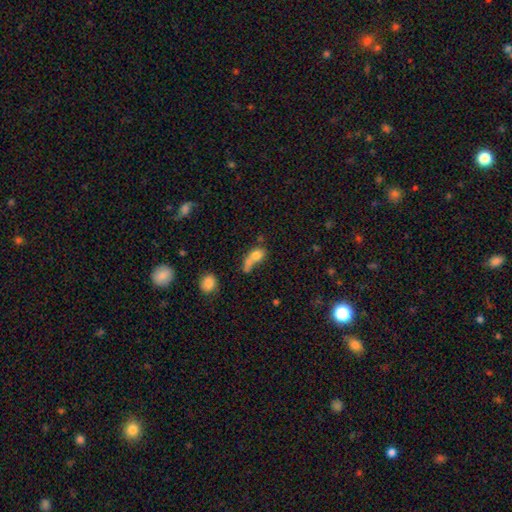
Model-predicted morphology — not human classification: smooth_or_featured: smooth (p=0.72) [alt: featured or disk p=0.17]
how_rounded: in between (p=0.55) [alt: round p=0.38]
merging: merger (p=0.49) [alt: none p=0.23]